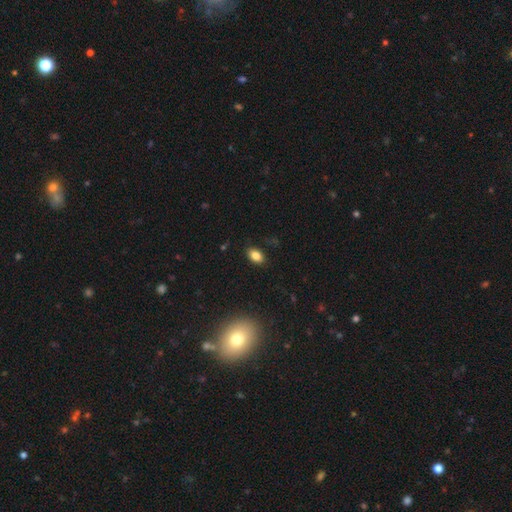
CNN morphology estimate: This is clearly a smooth galaxy (83%). How rounded: clearly in between (88%). Merging: clearly none (86%).